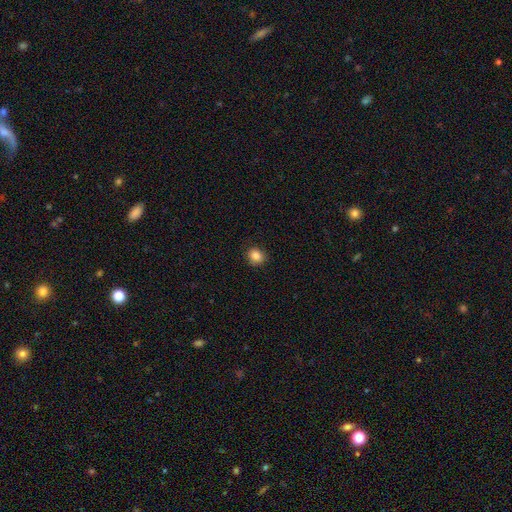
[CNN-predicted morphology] type=smooth (86%); roundness=round (73%); merging=none (87%).